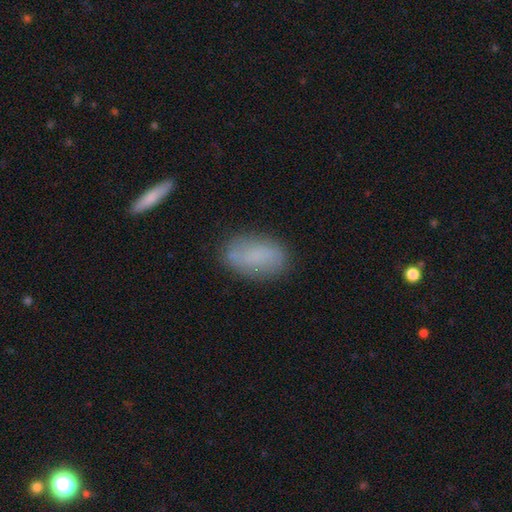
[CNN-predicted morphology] A smooth galaxy with no disk features (75%) that is in between round and cigar-shaped (91%).

Vote fractions:
- Smooth or featured? smooth: 75% / featured or disk: 16% / star or artifact: 9%
- How rounded? in between: 91% / round: 6% / cigar-shaped: 3%
- Merging? none: 79% / minor disturbance: 15% / major disturbance: 4% / merger: 2%